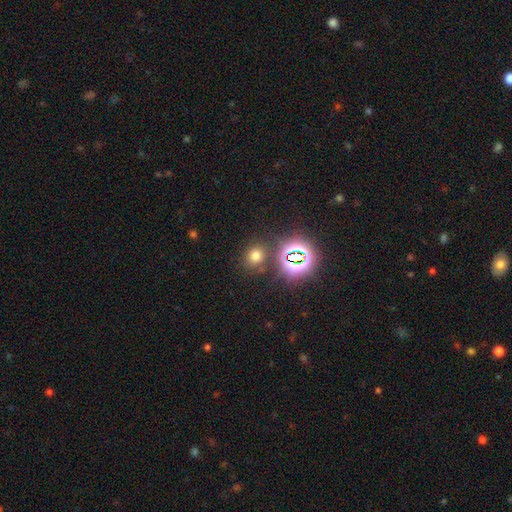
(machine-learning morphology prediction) Q: Smooth or featured?
A: smooth (62%); runner-up: star or artifact (30%)
Q: How rounded?
A: round (69%); runner-up: in between (30%)
Q: Merging?
A: none (78%); runner-up: minor disturbance (10%)